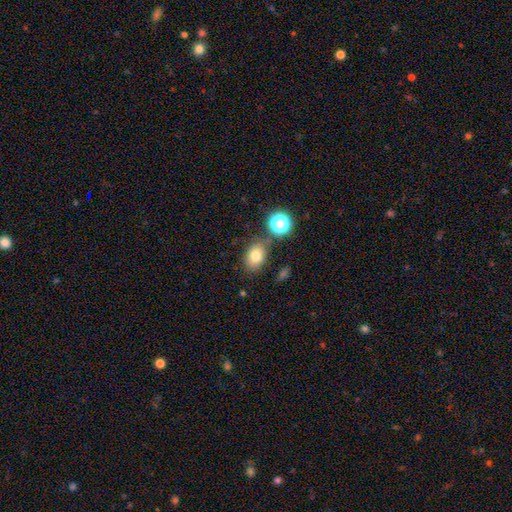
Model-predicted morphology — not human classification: smooth-or-featured: smooth: 78% | star or artifact: 12% | featured or disk: 10%
  how-rounded: in between: 77% | round: 22% | cigar-shaped: 1%
  merging: none: 74% | minor disturbance: 14% | merger: 8% | major disturbance: 4%